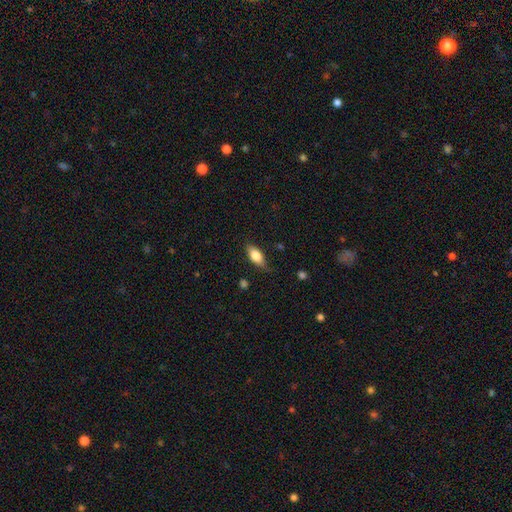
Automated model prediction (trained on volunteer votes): A smooth galaxy with no disk features (78%) that is in between round and cigar-shaped (85%). Merging: none (74%).